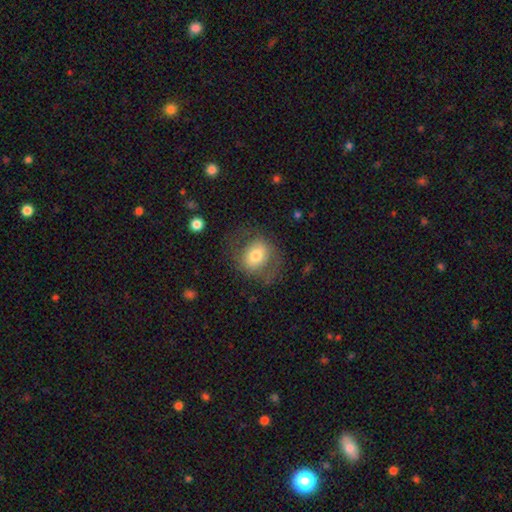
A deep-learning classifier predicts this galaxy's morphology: type=smooth (62%); roundness=round (58%); merging=none (60%).